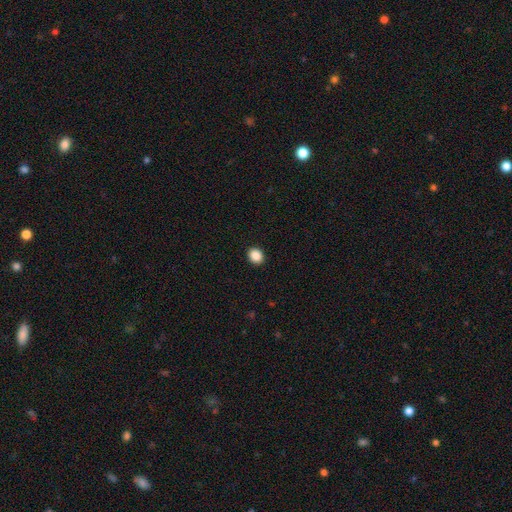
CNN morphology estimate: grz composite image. It shows a smooth galaxy with no disk features (88%) that is round (64%). Merging: none (92%).